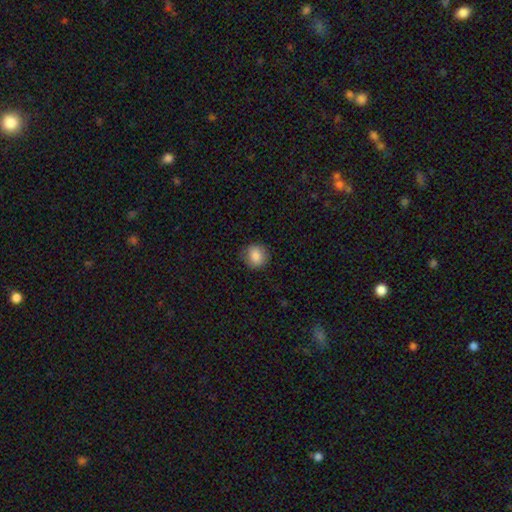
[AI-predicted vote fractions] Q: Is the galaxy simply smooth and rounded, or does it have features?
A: smooth — 84%.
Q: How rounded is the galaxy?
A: round — 86%.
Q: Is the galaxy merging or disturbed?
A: none — 83%.